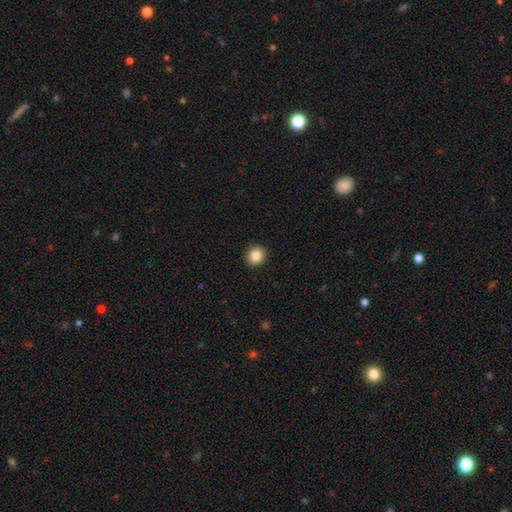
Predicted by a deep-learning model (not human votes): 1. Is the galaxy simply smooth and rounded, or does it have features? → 86% smooth, 10% star or artifact, 5% featured or disk.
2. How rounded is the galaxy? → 90% round, 9% in between, 1% cigar-shaped.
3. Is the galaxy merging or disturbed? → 92% none, 6% minor disturbance, 2% major disturbance, 1% merger.